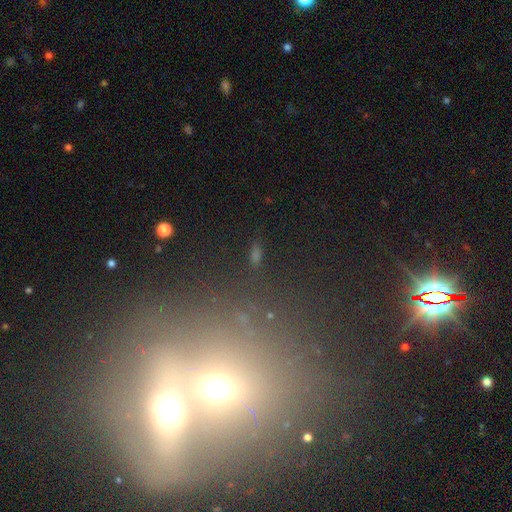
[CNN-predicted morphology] smooth_or_featured: star or artifact (p=0.50) [alt: smooth p=0.32]